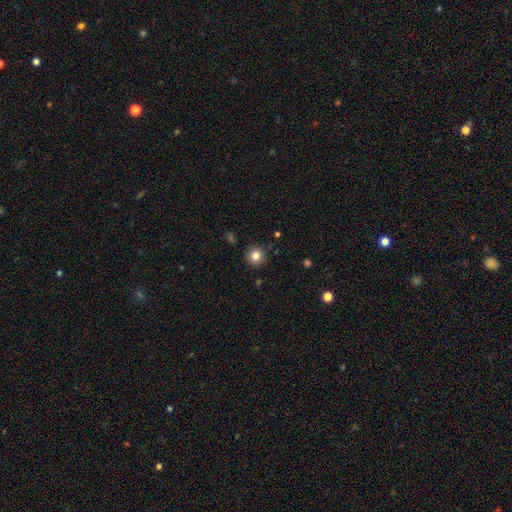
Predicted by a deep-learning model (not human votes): Smooth or featured?
  - smooth: 82% *
  - star or artifact: 11%
  - featured or disk: 7%
How rounded?
  - round: 95% *
  - in between: 4%
  - cigar-shaped: 1%
Merging?
  - none: 91% *
  - minor disturbance: 6%
  - major disturbance: 2%
  - merger: 1%